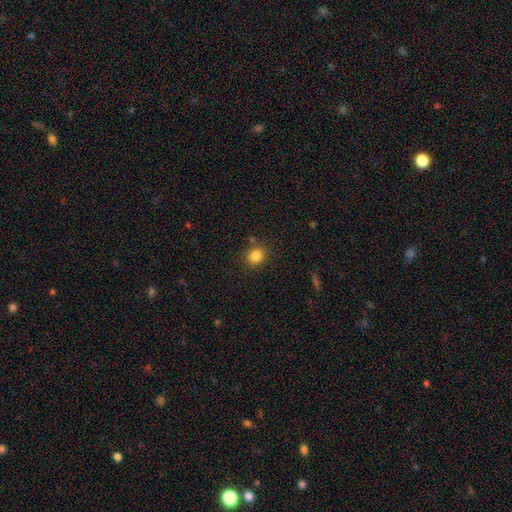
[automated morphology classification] A smooth galaxy with no disk features (84%) that is round (74%). Merging: none (83%).